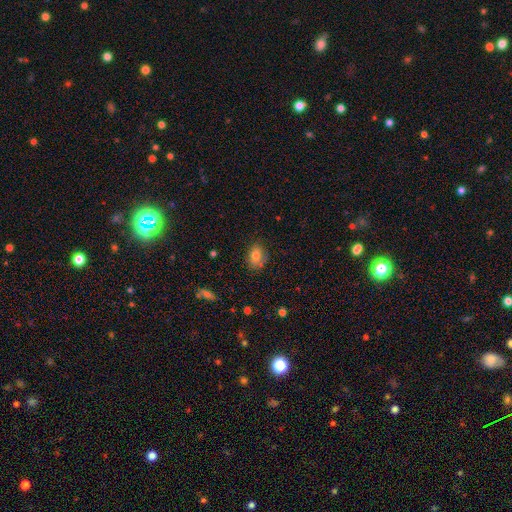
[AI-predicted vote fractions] Smooth or featured? smooth (78%)
How rounded? in between (76%)
Merging? none (74%)